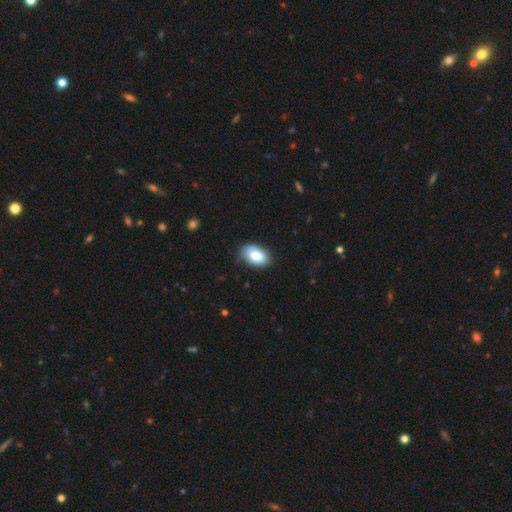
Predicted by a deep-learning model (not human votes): Q: Smooth or featured?
A: smooth (84%); runner-up: featured or disk (9%)
Q: How rounded?
A: in between (93%); runner-up: round (6%)
Q: Merging?
A: none (74%); runner-up: minor disturbance (21%)